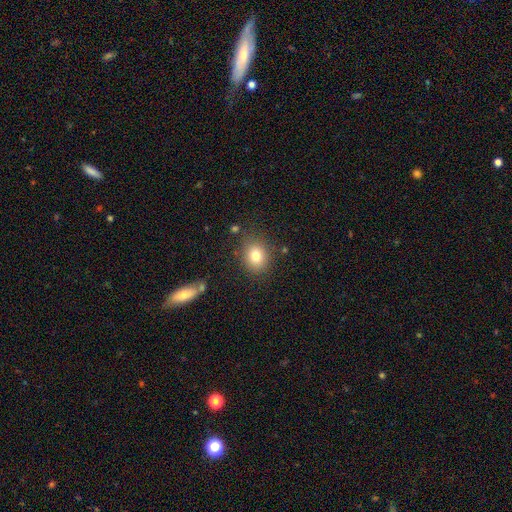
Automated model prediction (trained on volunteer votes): smooth 77%, star or artifact 12%, featured or disk 10%. Down the decision tree: how rounded — round (70%); merging — none (83%).